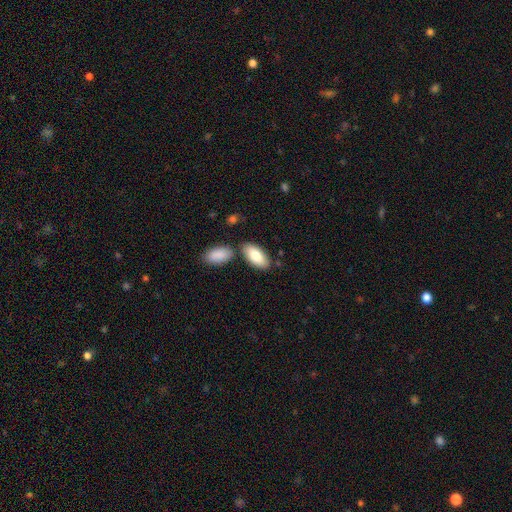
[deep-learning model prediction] This appears to be a smooth galaxy with no disk features (83%) that is in between round and cigar-shaped (92%). Merging: none (75%).